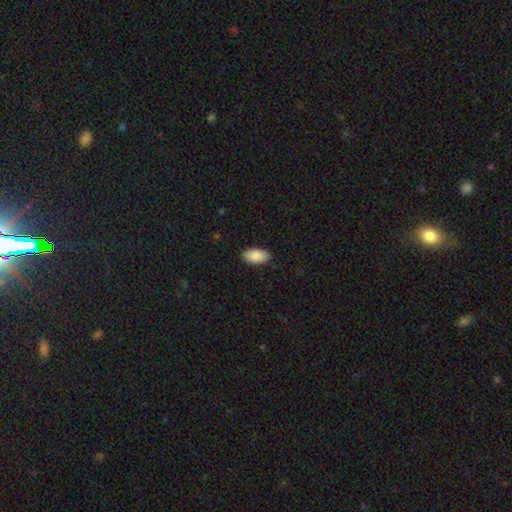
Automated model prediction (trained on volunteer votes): This is clearly a smooth galaxy (89%). How rounded: clearly in between (95%). Merging: clearly none (89%).